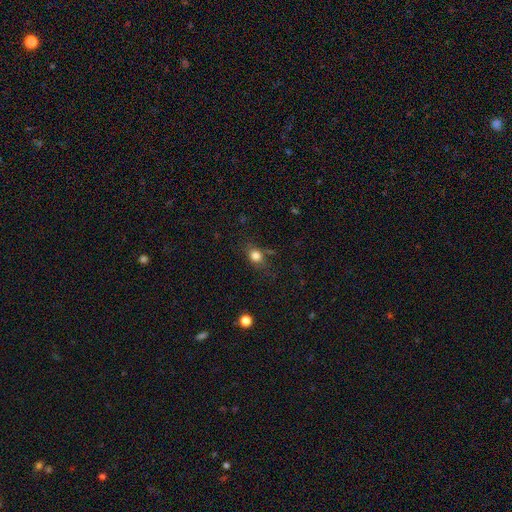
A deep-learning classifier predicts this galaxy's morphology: This appears to be a smooth galaxy with no disk features (79%) that is round (55%). Merging: none (68%).